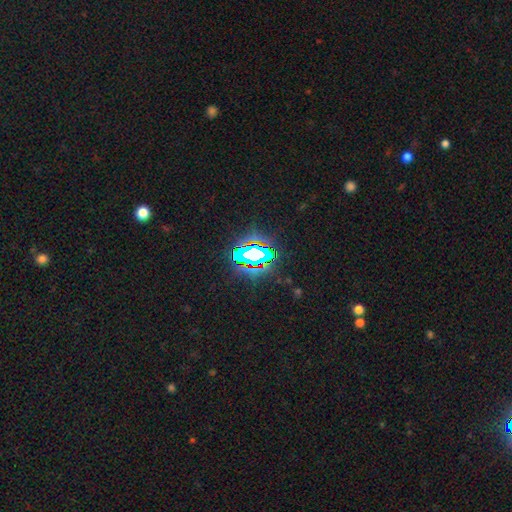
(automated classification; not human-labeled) This appears to be a star or artifact, not a galaxy (67%).